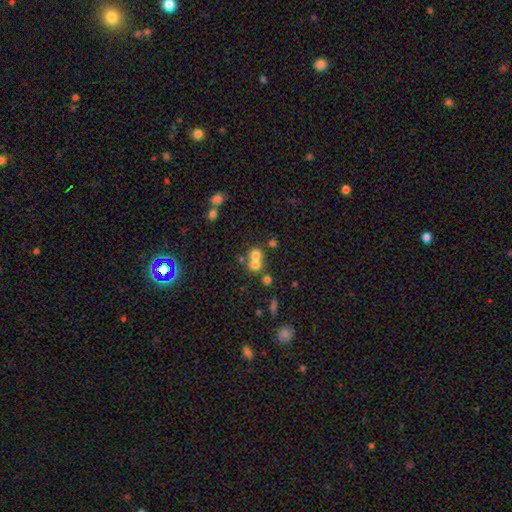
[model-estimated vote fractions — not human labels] The model was most divided on "merging": merger: 57%, none: 35%, minor disturbance: 5%, major disturbance: 3%. More confident: how rounded — round (82%); smooth or featured — smooth (67%).